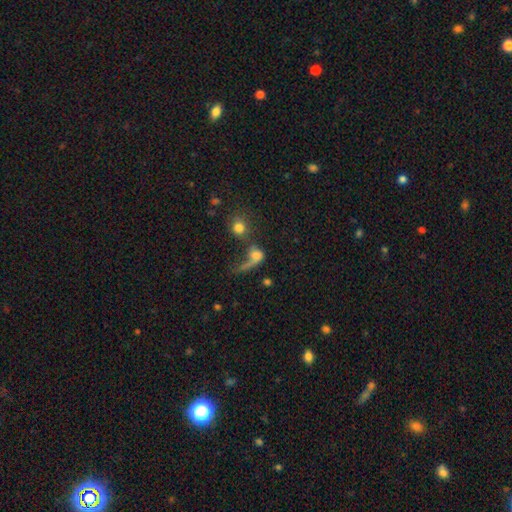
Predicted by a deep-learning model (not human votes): smooth 55%, featured or disk 33%, star or artifact 12%. Down the decision tree: how rounded — in between (50%); merging — major disturbance (39%).